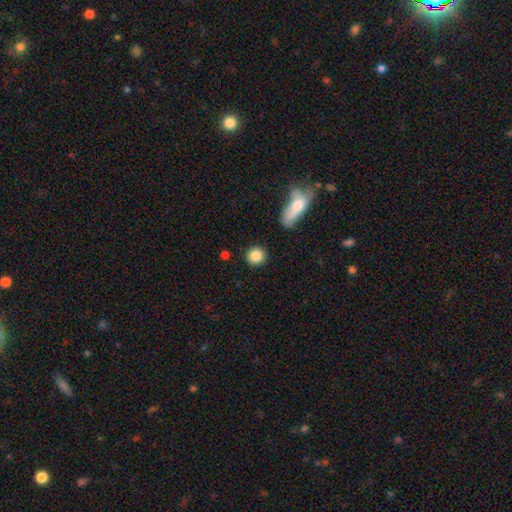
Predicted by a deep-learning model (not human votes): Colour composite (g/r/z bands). It shows a smooth galaxy with no disk features (86%) that is round (89%). Merging: none (88%).